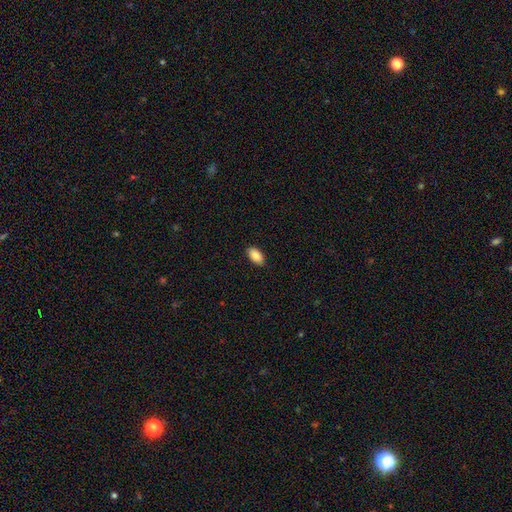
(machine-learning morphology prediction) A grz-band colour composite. It shows a smooth galaxy with no disk features (87%) that is in between round and cigar-shaped (94%). Merging: none (89%).